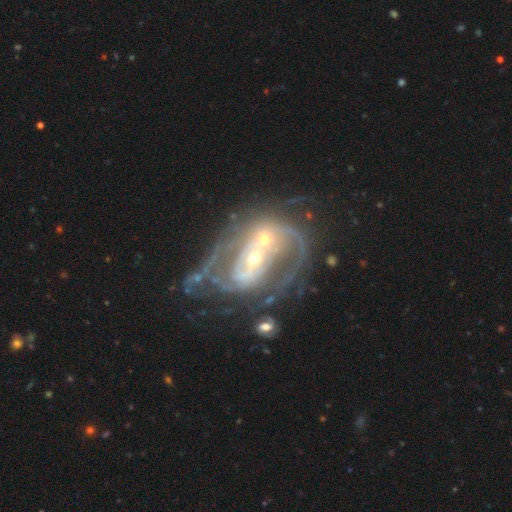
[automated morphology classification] The model was most divided on "bar": no: 41%, weak: 32%, strong: 27%. Remaining: edge-on disk — no (97%); spiral arms — yes (87%); smooth or featured — featured or disk (85%); bulge size — small (60%); spiral arm count — 2 (60%); merging — merger (49%); spiral winding — medium (45%).